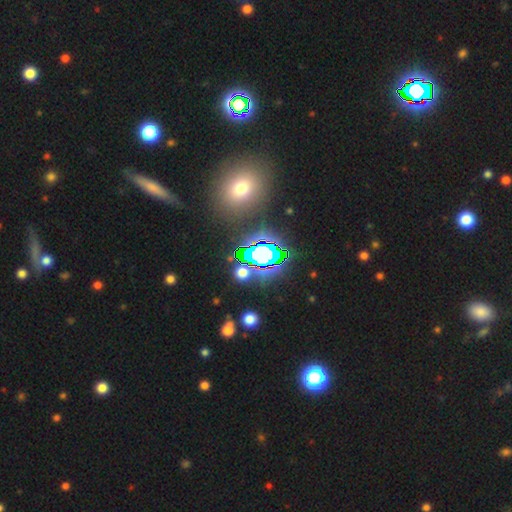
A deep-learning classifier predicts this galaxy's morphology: The model was most divided on "smooth or featured": star or artifact: 64%, smooth: 25%, featured or disk: 11%.